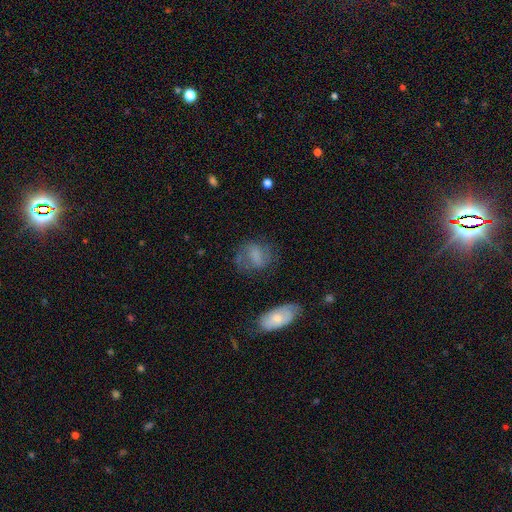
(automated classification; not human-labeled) Q: Smooth or featured?
A: smooth (60%); runner-up: featured or disk (30%)
Q: How rounded?
A: in between (59%); runner-up: round (38%)
Q: Merging?
A: none (55%); runner-up: minor disturbance (23%)